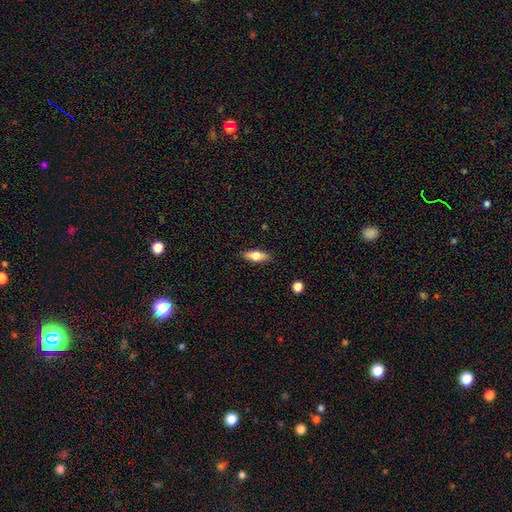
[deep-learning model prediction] Smooth or featured: smooth — 67% (featured or disk — 26%)
How rounded: in between — 70% (cigar-shaped — 27%)
Merging: none — 87% (minor disturbance — 9%)